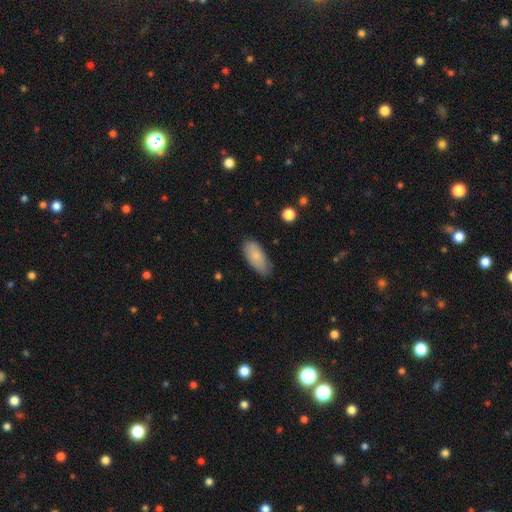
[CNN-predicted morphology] type=smooth (80%); roundness=in between (88%); merging=none (72%).